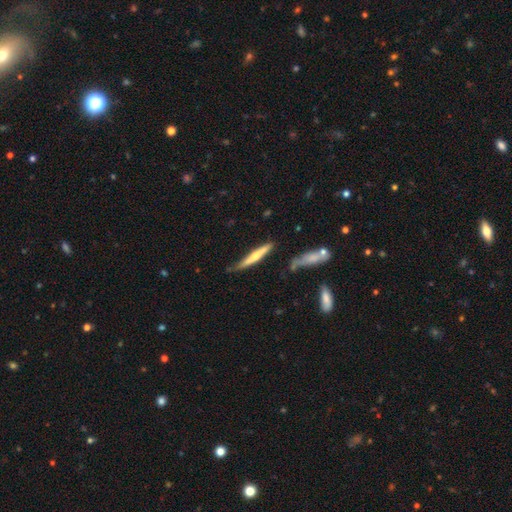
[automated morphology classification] This appears to be a smooth galaxy with no disk features (51%) that is cigar-shaped (93%). Merging: none (67%).